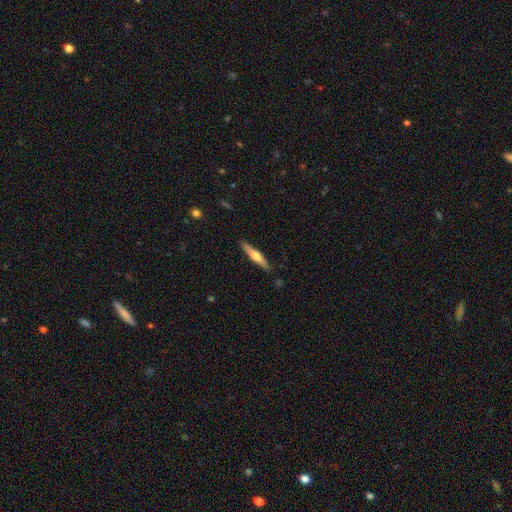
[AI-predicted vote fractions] Overall: featured or disk (51%; smooth 43%). Edge-on disk: yes (95%). Merging: none (88%).